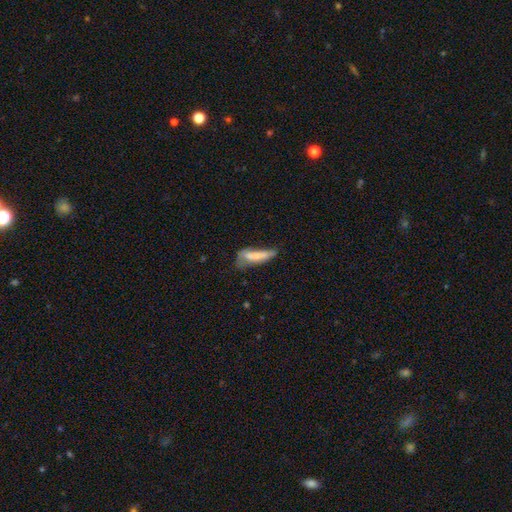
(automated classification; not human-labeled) Overall: smooth (63%; featured or disk 29%). How rounded: cigar-shaped (62%; in between 36%). Merging: none (30%, tied with minor disturbance).